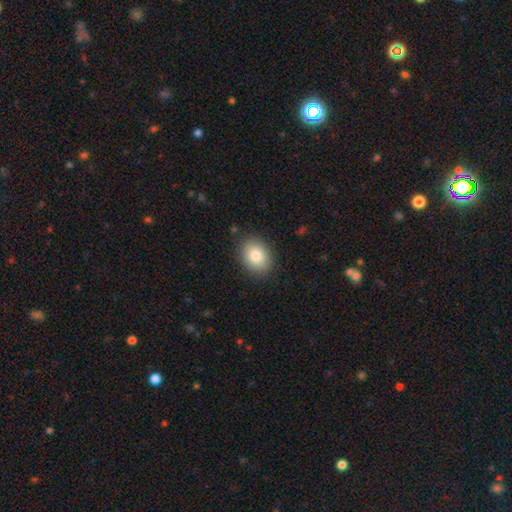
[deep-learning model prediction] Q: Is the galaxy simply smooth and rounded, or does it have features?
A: smooth — 84%.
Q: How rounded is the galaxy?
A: in between — 62%.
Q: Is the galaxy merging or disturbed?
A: none — 88%.